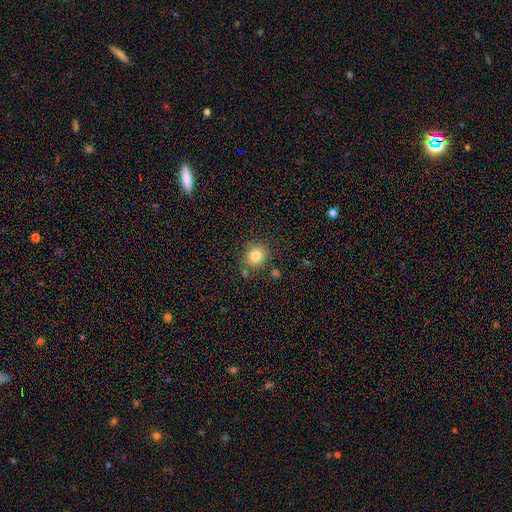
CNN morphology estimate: This appears to be a smooth galaxy with no disk features (82%) that is round (79%). Merging: none (79%).